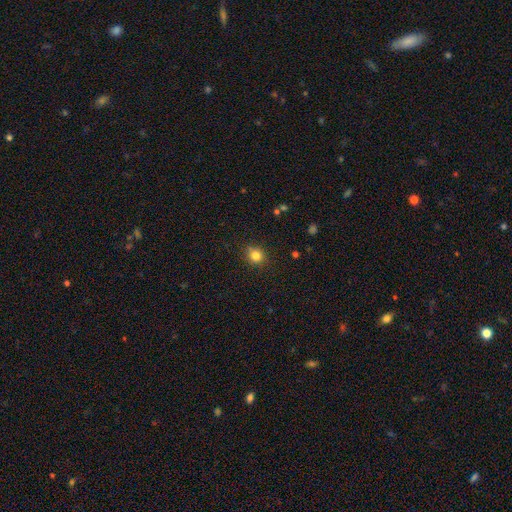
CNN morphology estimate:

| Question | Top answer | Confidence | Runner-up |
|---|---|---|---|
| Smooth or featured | smooth | 82% | star or artifact (12%) |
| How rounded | round | 78% | in between (21%) |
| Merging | none | 87% | minor disturbance (10%) |